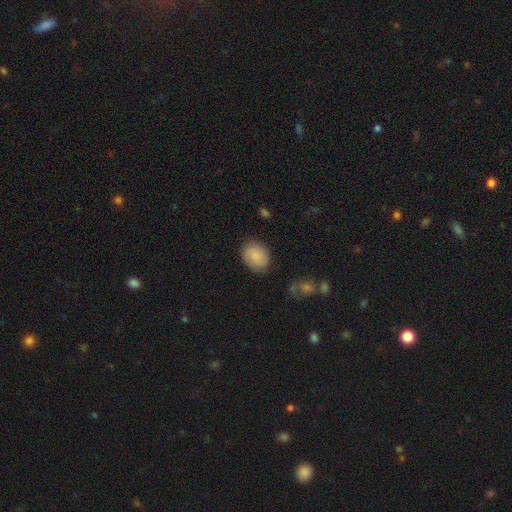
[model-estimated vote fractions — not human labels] Smooth or featured: smooth — 76% (featured or disk — 16%)
How rounded: in between — 56% (round — 43%)
Merging: none — 81% (minor disturbance — 14%)